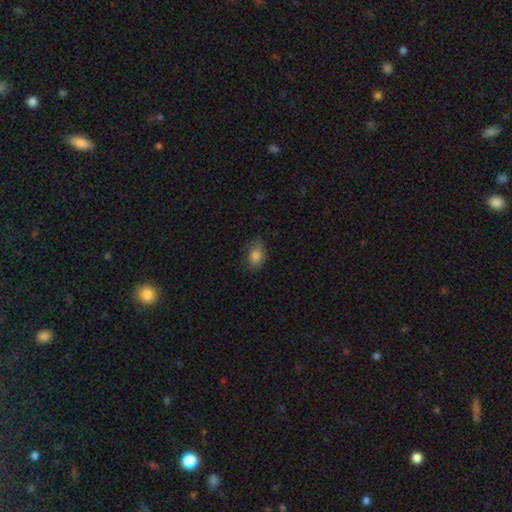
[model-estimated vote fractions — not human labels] This appears to be a smooth galaxy with no disk features (83%) that is in between round and cigar-shaped (84%). Merging: none (69%).